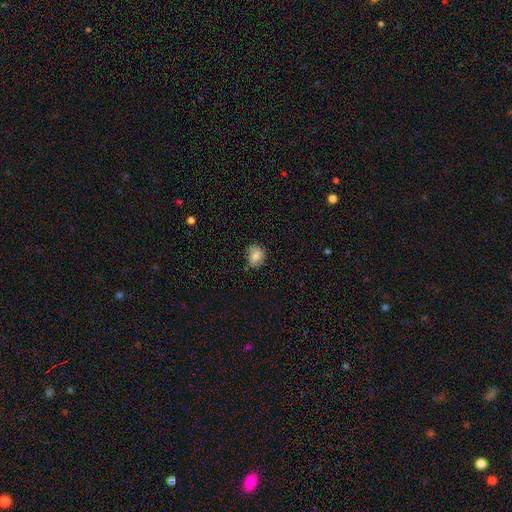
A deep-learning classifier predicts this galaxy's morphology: The model was most divided on "how rounded": round: 60%, in between: 39%, cigar-shaped: 1%. More confident: smooth or featured — smooth (76%); merging — none (74%).